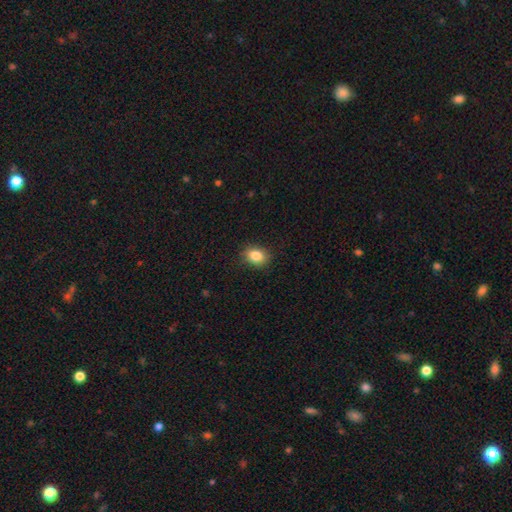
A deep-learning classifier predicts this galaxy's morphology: This is clearly a smooth galaxy (85%). How rounded: possibly in between (57%). Merging: clearly none (86%).